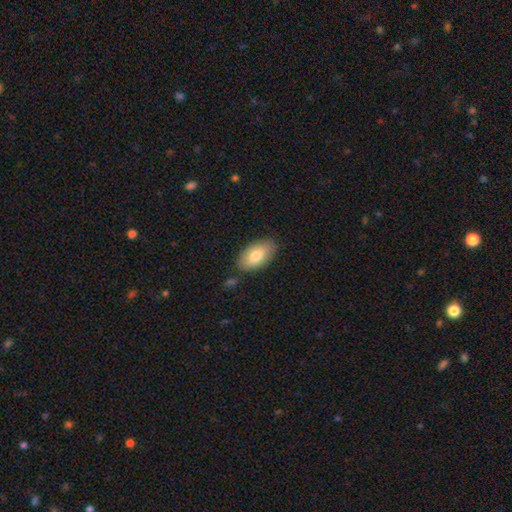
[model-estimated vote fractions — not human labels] Smooth or featured? smooth (78%)
How rounded? in between (93%)
Merging? none (80%)